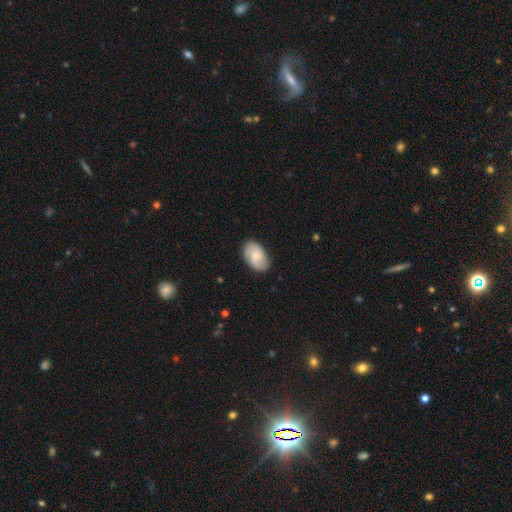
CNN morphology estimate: A smooth galaxy with no disk features (63%) that is in between round and cigar-shaped (92%). Merging: none (82%).